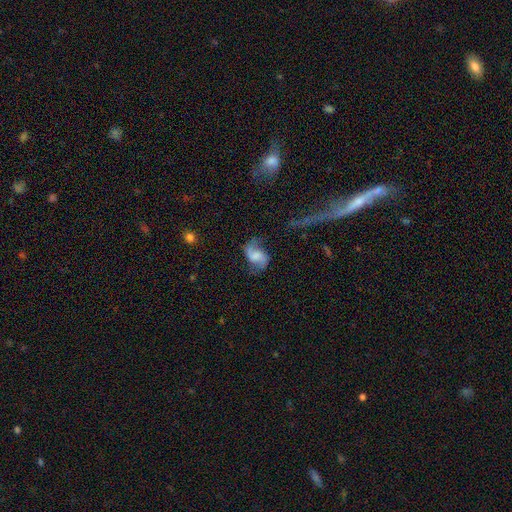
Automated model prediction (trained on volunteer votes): Smooth or featured? Predicted: featured or disk (p=0.73). Edge-on disk? Predicted: no (p=0.97). Bar? Predicted: no (p=0.47). Spiral arms? Predicted: yes (p=0.94). Spiral winding? Predicted: loose (p=0.62). Spiral arm count? Predicted: 2 (p=0.90). Bulge size? Predicted: none (p=0.38). Merging? Predicted: none (p=0.62).